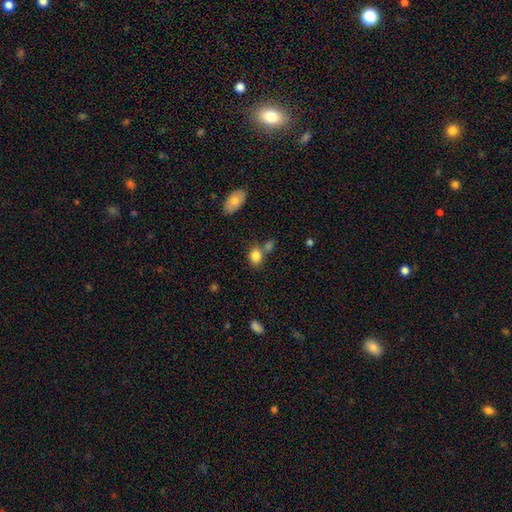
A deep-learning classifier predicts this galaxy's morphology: This appears to be a smooth galaxy with no disk features (84%) that is in between round and cigar-shaped (52%). Merging: none (53%).